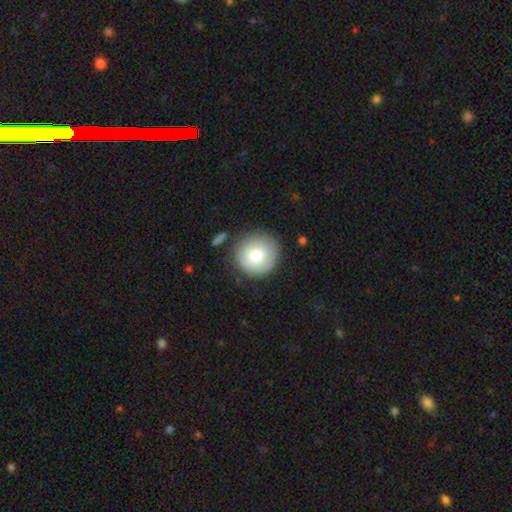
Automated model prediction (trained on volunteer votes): Q: Smooth or featured?
A: smooth (78%); runner-up: featured or disk (15%)
Q: How rounded?
A: round (94%); runner-up: in between (5%)
Q: Merging?
A: none (82%); runner-up: minor disturbance (11%)